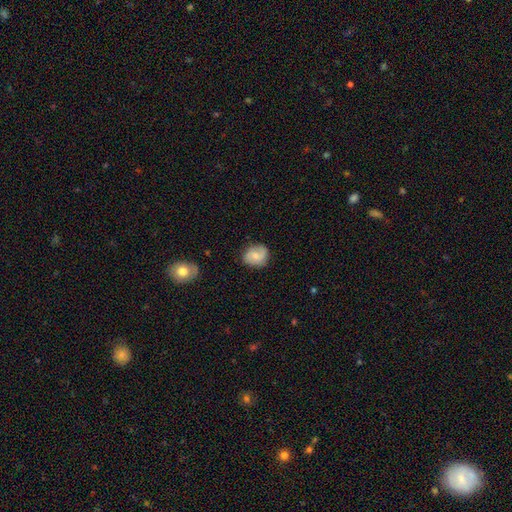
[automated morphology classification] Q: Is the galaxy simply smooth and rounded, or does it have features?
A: smooth — 57%.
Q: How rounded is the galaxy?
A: round — 62%.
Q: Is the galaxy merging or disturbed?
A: none — 75%.